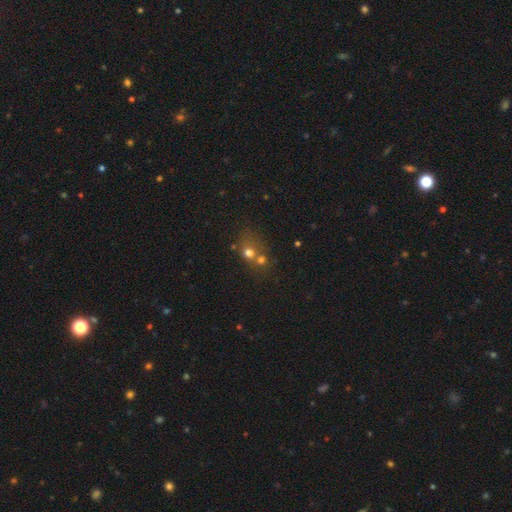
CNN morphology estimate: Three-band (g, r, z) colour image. It shows a smooth galaxy with no disk features (54%) that is round (76%). Merging: merger (49%).